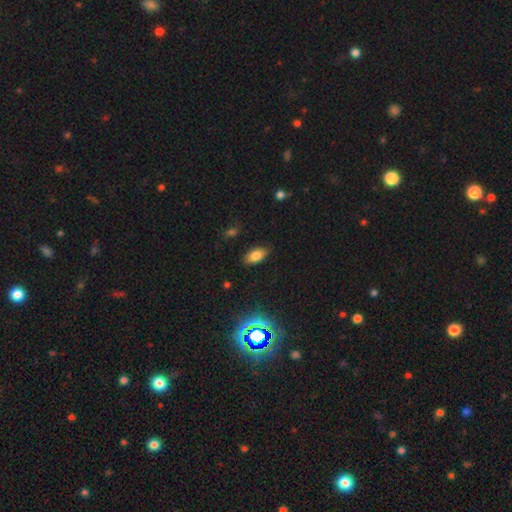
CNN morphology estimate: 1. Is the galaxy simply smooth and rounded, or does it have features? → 77% smooth, 13% star or artifact, 10% featured or disk.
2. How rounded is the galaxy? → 91% in between, 5% round, 4% cigar-shaped.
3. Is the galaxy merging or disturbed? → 85% none, 11% minor disturbance, 2% major disturbance, 1% merger.